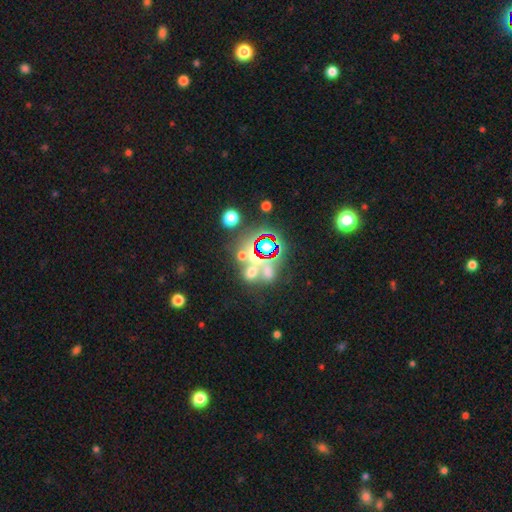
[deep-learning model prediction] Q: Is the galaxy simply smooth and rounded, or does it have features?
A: star or artifact — 54%.